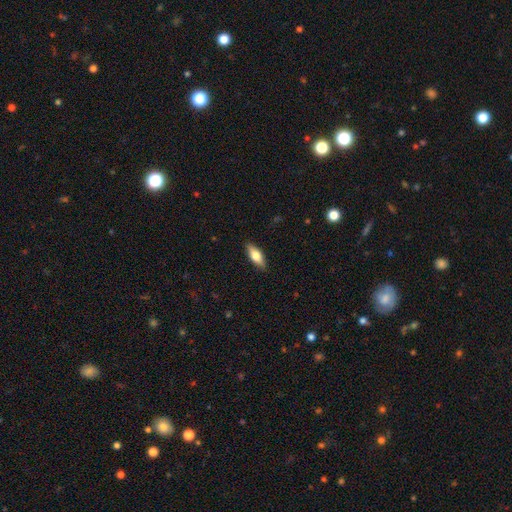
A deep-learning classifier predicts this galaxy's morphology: A smooth galaxy with no disk features (67%) that is in between round and cigar-shaped (72%). Merging: none (88%).